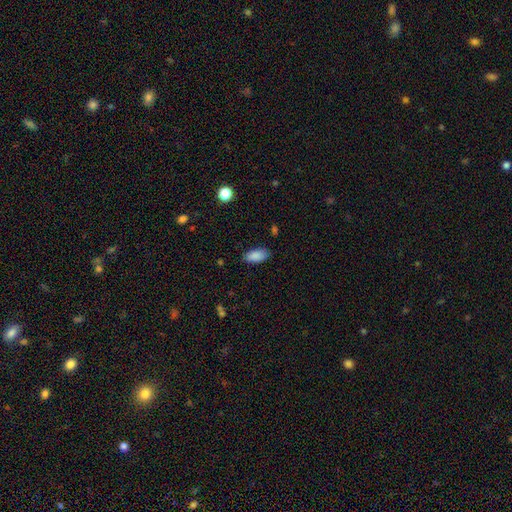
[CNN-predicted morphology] Smooth or featured: smooth — 88% (star or artifact — 7%)
How rounded: in between — 93% (cigar-shaped — 5%)
Merging: none — 82% (minor disturbance — 14%)